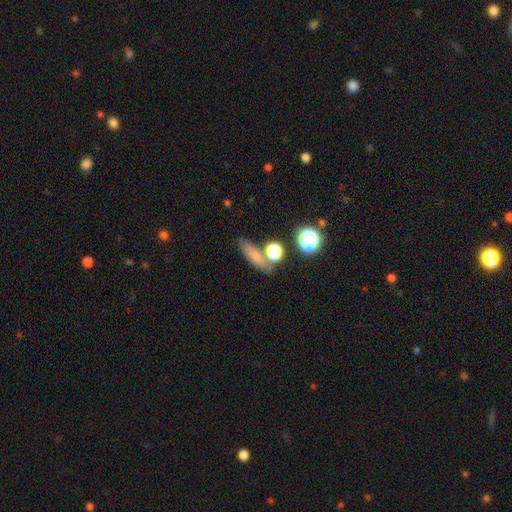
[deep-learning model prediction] The model was most divided on "how rounded": in between: 46%, cigar-shaped: 35%, round: 19%. More confident: smooth or featured — smooth (71%); merging — none (66%).